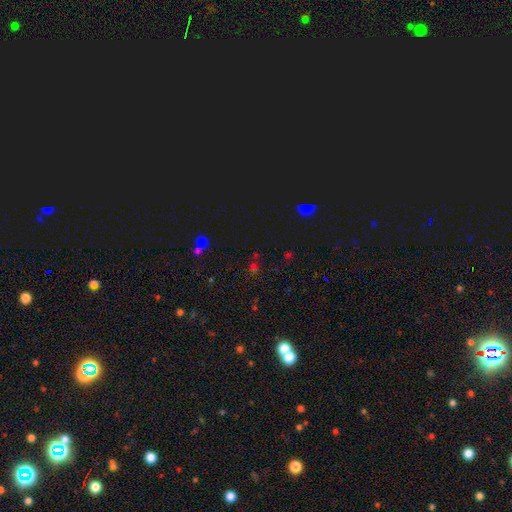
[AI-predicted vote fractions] Q: Smooth or featured?
A: star or artifact (56%); runner-up: smooth (36%)